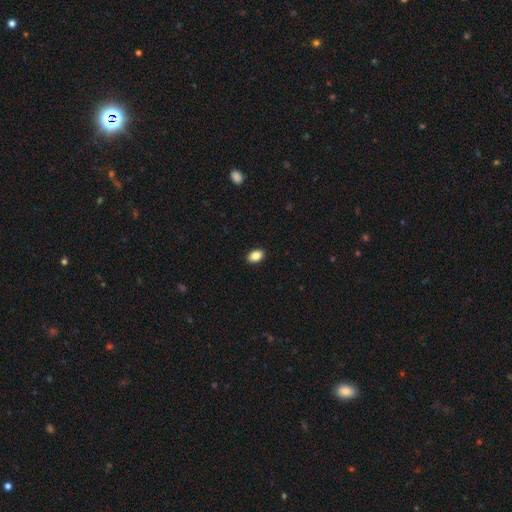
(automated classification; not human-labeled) Smooth or featured? Predicted: smooth (p=0.86). How rounded? Predicted: in between (p=0.86). Merging? Predicted: none (p=0.90).